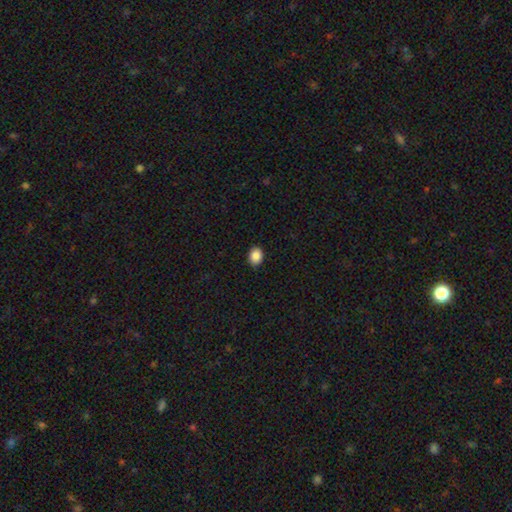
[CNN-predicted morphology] This is clearly a smooth galaxy (87%). How rounded: likely in between (63%). Merging: clearly none (89%).